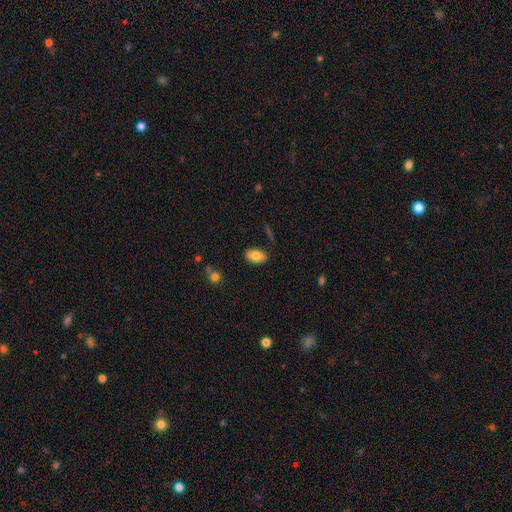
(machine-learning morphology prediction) A smooth galaxy with no disk features (80%) that is in between round and cigar-shaped (90%).

Vote fractions:
- Smooth or featured? smooth: 80% / featured or disk: 12% / star or artifact: 8%
- How rounded? in between: 90% / round: 8% / cigar-shaped: 2%
- Merging? none: 84% / minor disturbance: 12% / major disturbance: 2% / merger: 2%